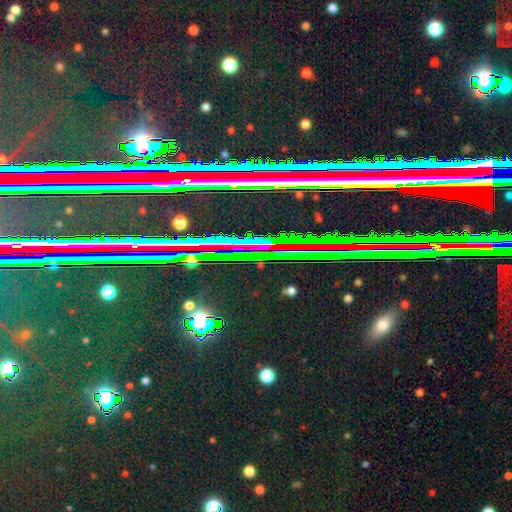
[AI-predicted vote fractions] Smooth or featured?
  - star or artifact: 81% *
  - featured or disk: 10%
  - smooth: 8%